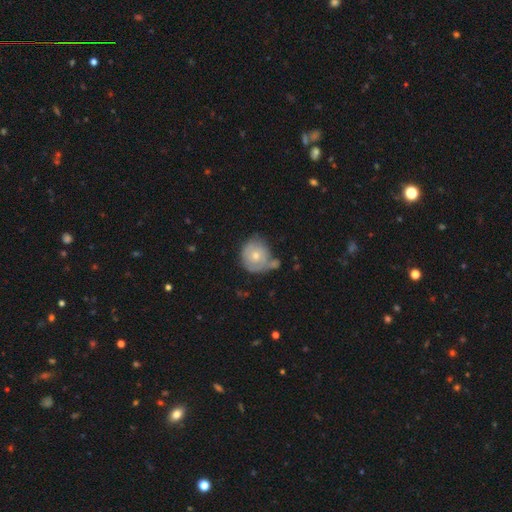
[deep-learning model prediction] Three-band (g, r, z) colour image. It shows a smooth galaxy with no disk features (49%). Merging: none (47%).